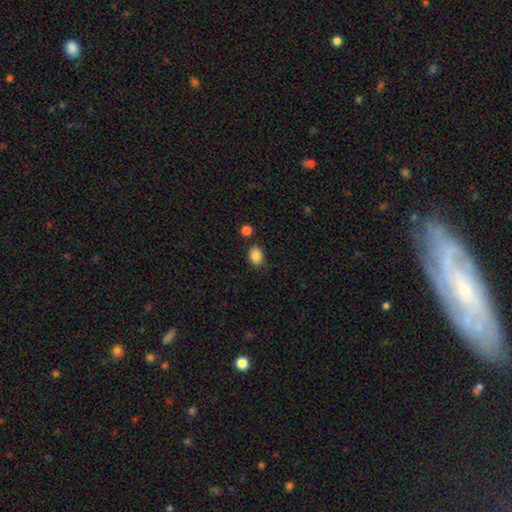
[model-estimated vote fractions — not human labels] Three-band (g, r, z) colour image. It shows a smooth galaxy with no disk features (86%) that is in between round and cigar-shaped (69%). Merging: none (75%).